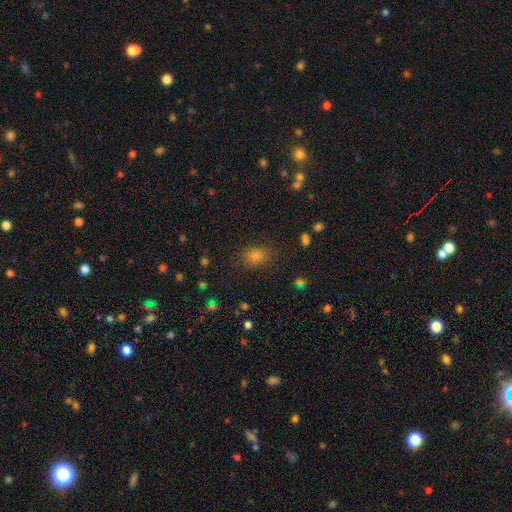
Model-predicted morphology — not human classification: Smooth or featured?
  - smooth: 73% *
  - star or artifact: 20%
  - featured or disk: 6%
How rounded?
  - in between: 53% *
  - round: 46%
  - cigar-shaped: 1%
Merging?
  - none: 85% *
  - minor disturbance: 10%
  - major disturbance: 3%
  - merger: 1%